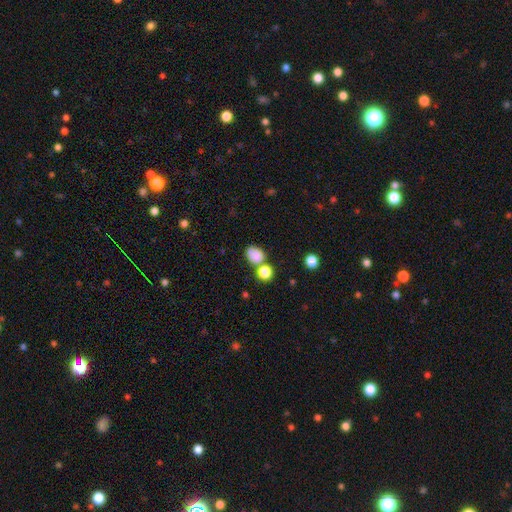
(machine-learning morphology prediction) A smooth galaxy with no disk features (83%) that is in between round and cigar-shaped (57%). Merging: none (57%).